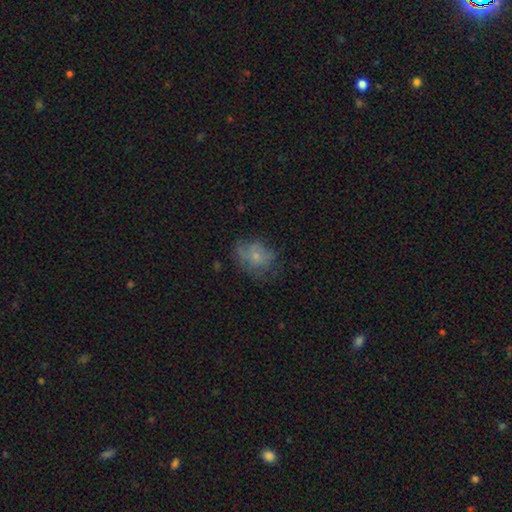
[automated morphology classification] Smooth or featured: smooth — 53% (featured or disk — 35%)
How rounded: in between — 52% (round — 47%)
Merging: none — 52% (minor disturbance — 27%)